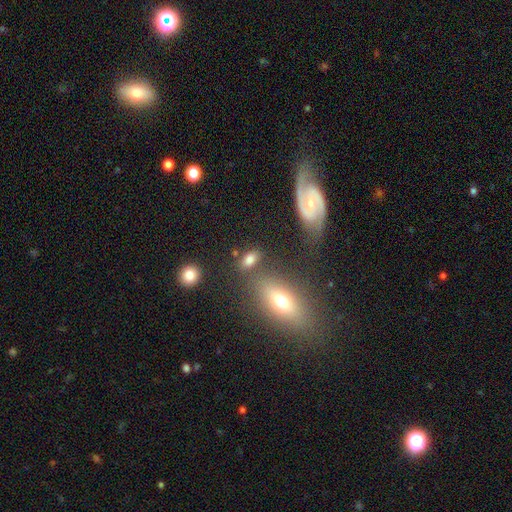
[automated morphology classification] type=smooth (45%); merging=none (69%).